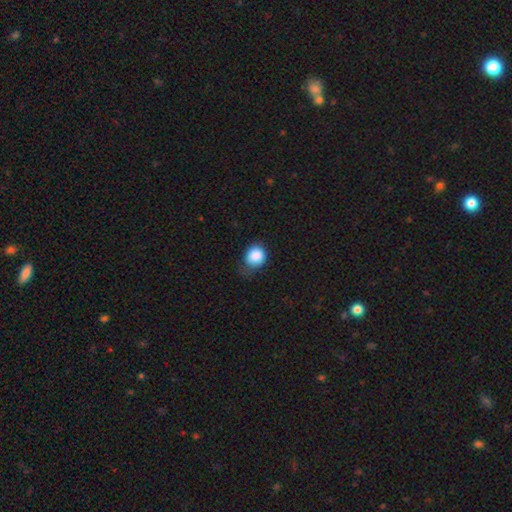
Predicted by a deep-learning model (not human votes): smooth 87%, star or artifact 8%, featured or disk 5%. Down the decision tree: how rounded — round (72%); merging — none (48%).